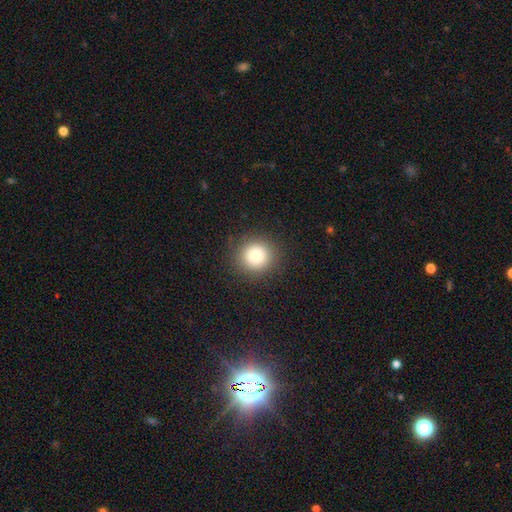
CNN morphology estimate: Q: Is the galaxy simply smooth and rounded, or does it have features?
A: smooth — 82%.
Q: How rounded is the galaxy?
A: round — 92%.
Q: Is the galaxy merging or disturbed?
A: none — 89%.